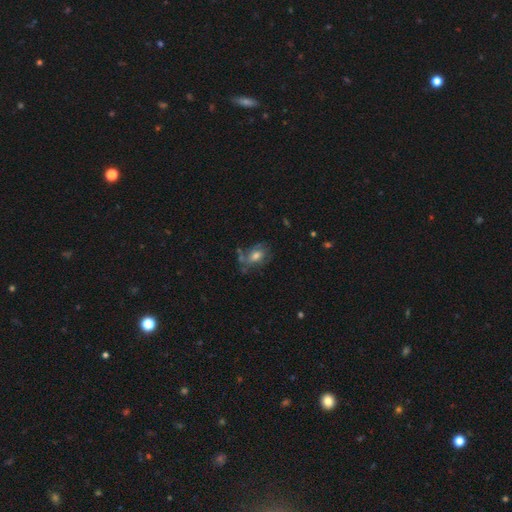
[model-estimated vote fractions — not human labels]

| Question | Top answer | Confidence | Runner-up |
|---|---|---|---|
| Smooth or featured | smooth | 44% | featured or disk (43%) |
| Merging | none | 52% | minor disturbance (25%) |